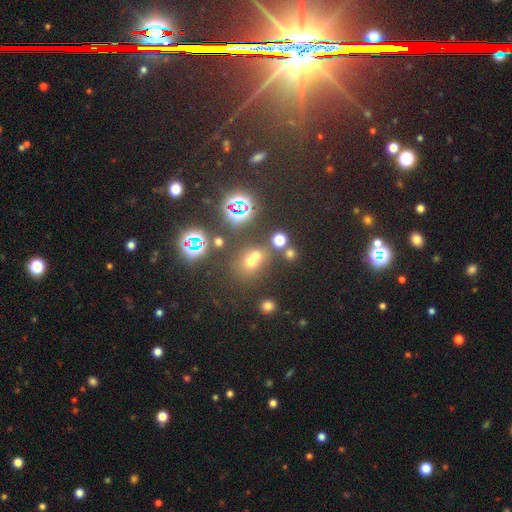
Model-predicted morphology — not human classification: type=smooth (50%); roundness=round (69%); merging=none (45%).